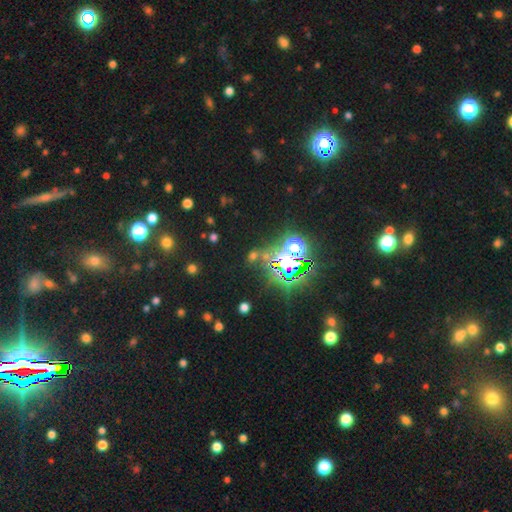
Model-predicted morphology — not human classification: A star or artifact, not a galaxy (76%).